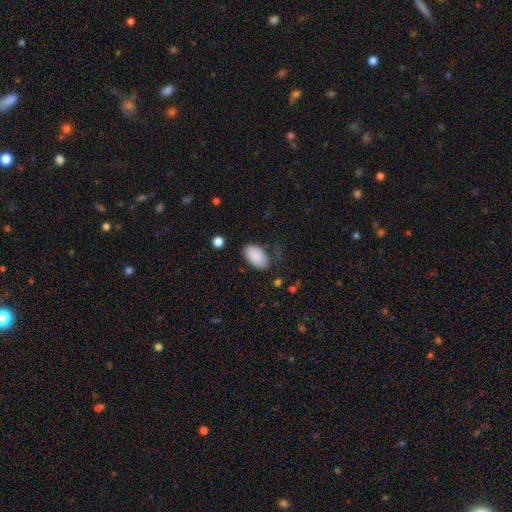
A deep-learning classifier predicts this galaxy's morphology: The model was most divided on "merging": none: 73%, minor disturbance: 19%, major disturbance: 7%, merger: 2%. More confident: how rounded — in between (94%); smooth or featured — smooth (89%).